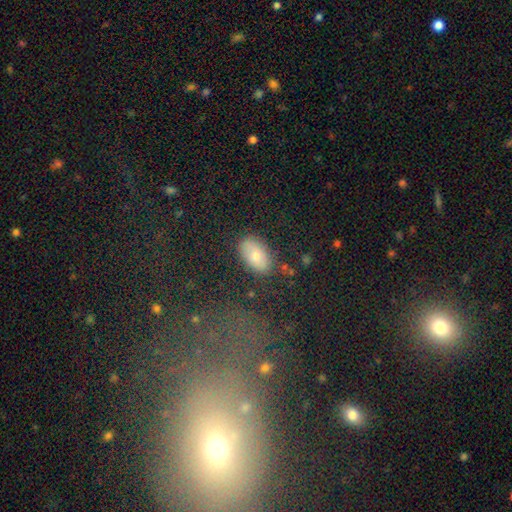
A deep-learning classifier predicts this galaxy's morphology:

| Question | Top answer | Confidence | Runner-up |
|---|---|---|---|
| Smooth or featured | smooth | 73% | featured or disk (17%) |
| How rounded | in between | 91% | round (7%) |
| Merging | none | 79% | minor disturbance (14%) |